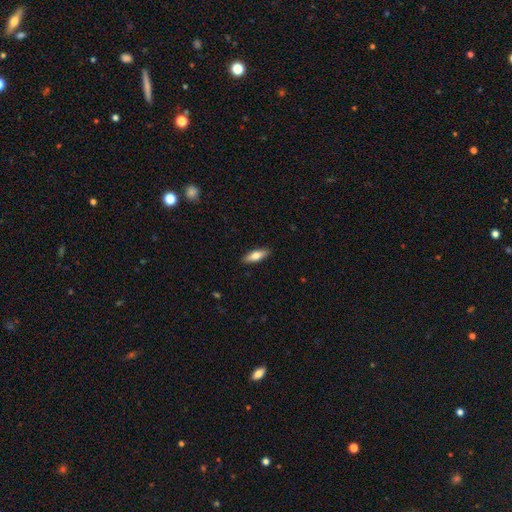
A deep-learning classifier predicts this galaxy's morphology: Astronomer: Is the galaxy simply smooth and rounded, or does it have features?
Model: smooth — 69%.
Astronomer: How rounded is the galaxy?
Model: in between — 53% (runner-up: cigar-shaped, 45%).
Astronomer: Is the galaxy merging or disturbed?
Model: none — 90%.